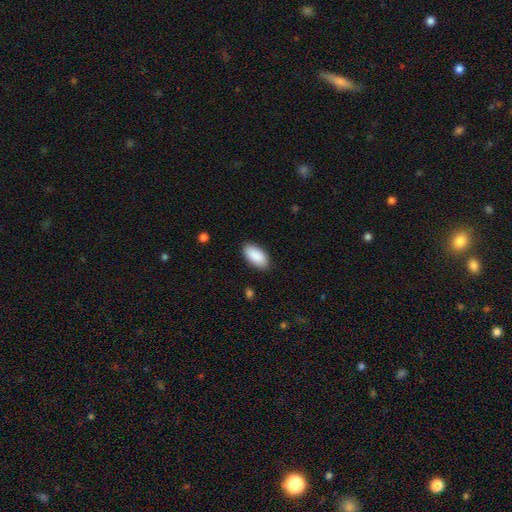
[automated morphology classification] A smooth galaxy with no disk features (91%) that is in between round and cigar-shaped (95%). Merging: none (88%).